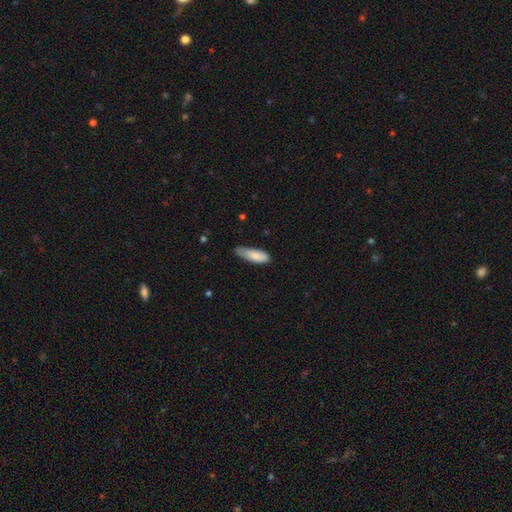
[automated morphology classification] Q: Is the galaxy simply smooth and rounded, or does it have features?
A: smooth — 84%.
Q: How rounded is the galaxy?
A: in between — 57%.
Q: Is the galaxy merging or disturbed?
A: none — 54%.